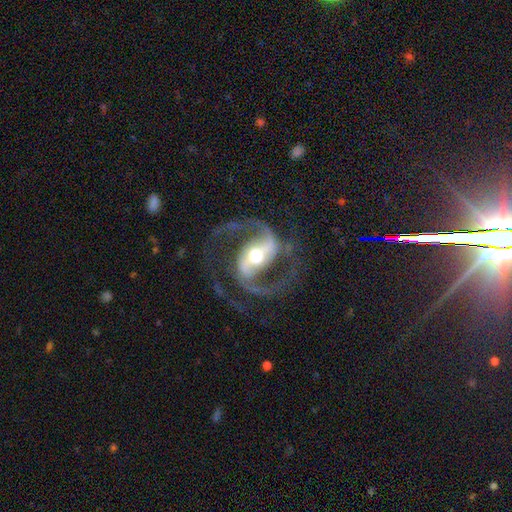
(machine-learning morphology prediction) This is clearly a featured or disk galaxy (93%). It is clearly not viewed edge-on (98%). Bar: possibly strong (59%). Spiral arm pattern: clearly yes (98%). Spiral arm count: clearly 2 (94%). Spiral winding: likely medium (62%). Central bulge: likely moderate (64%). Merging: likely none (76%).